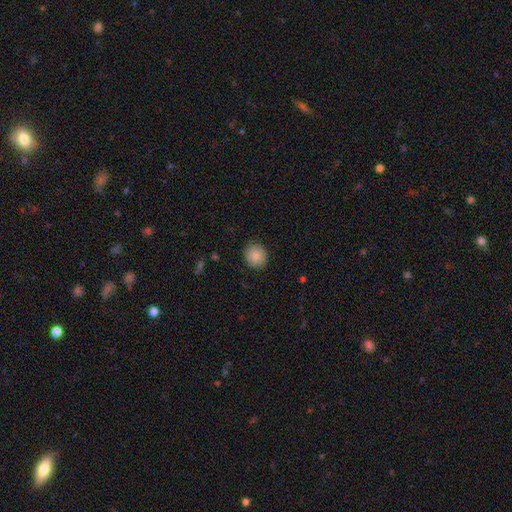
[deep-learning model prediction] Smooth or featured: smooth — 85% (star or artifact — 8%)
How rounded: round — 79% (in between — 20%)
Merging: none — 88% (minor disturbance — 9%)